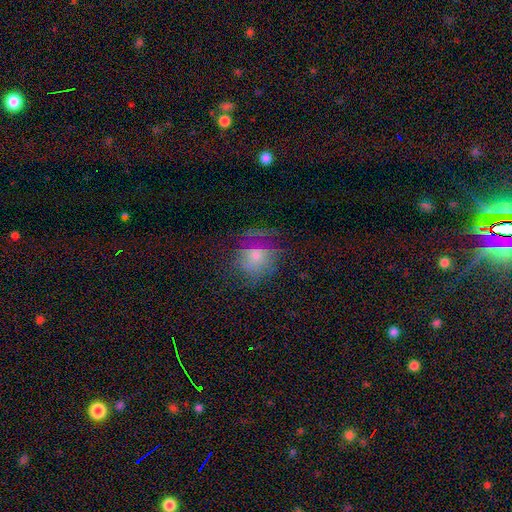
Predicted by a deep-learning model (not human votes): Smooth or featured? smooth (47%)
Merging? none (48%)